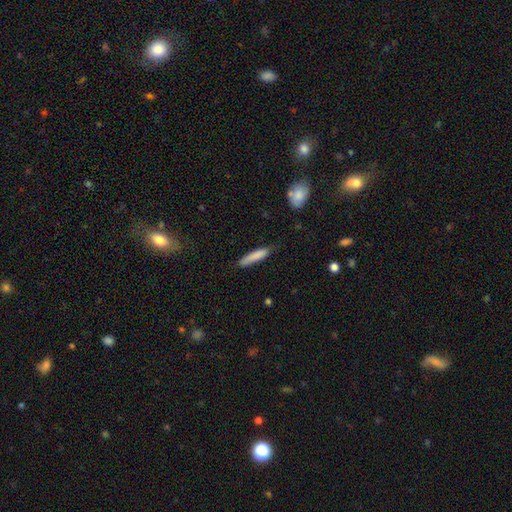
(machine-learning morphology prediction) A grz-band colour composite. It shows a smooth galaxy with no disk features (83%) that is cigar-shaped (83%). Merging: none (73%).